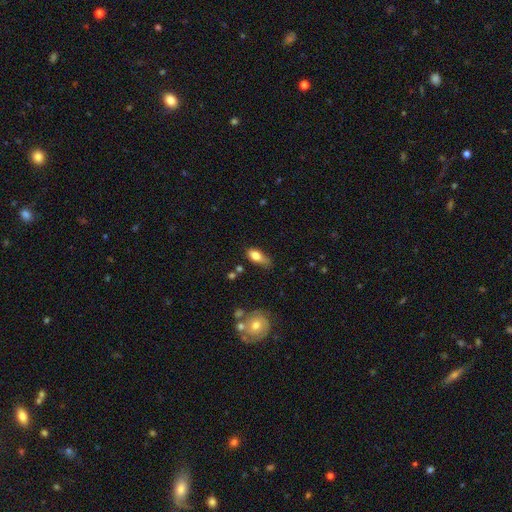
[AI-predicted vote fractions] A smooth galaxy with no disk features (77%) that is in between round and cigar-shaped (82%). Merging: none (46%).